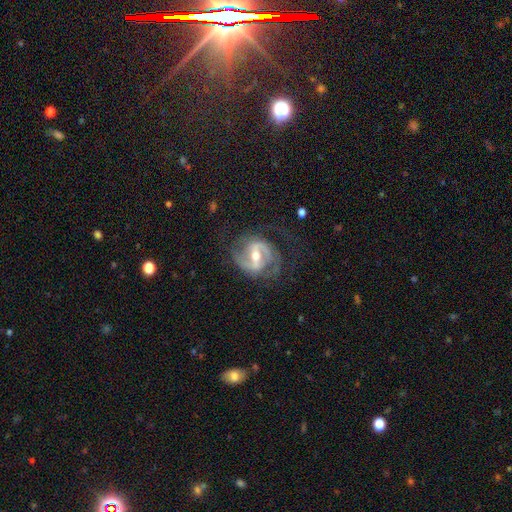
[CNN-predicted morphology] This appears to be a featured or disk galaxy (87%) with a strong bar (54%), 2 (83%) medium (49%) spiral arms (94%) and a moderate central bulge (65%). Merging: none (65%).